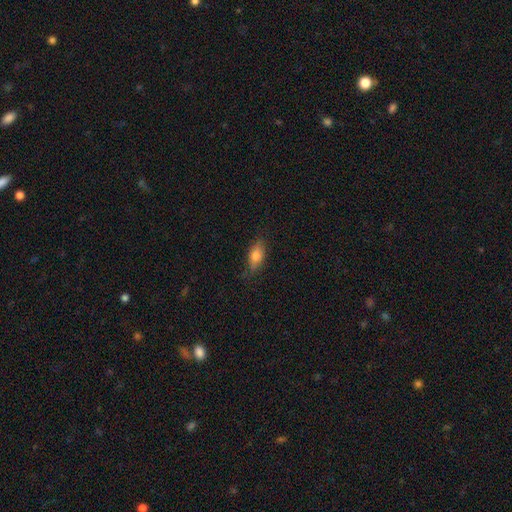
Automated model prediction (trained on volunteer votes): Smooth or featured: smooth — 74% (featured or disk — 18%)
How rounded: in between — 82% (cigar-shaped — 13%)
Merging: none — 75% (minor disturbance — 19%)